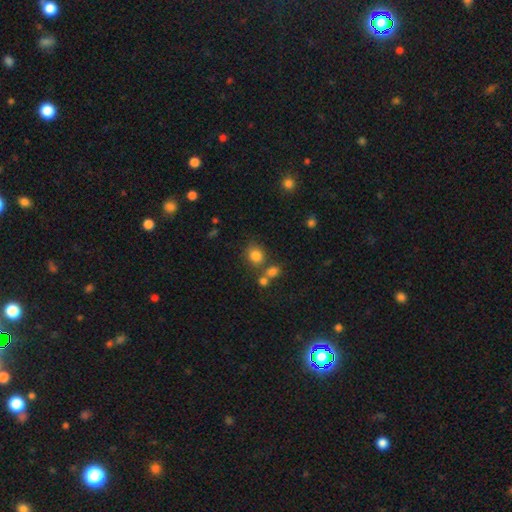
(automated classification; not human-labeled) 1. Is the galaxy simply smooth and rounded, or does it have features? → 80% smooth, 13% star or artifact, 7% featured or disk.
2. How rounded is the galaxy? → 74% round, 25% in between, 1% cigar-shaped.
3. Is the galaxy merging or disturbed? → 64% none, 18% merger, 13% minor disturbance, 5% major disturbance.